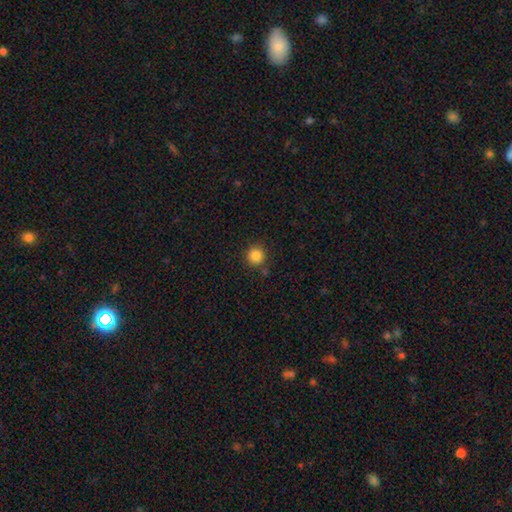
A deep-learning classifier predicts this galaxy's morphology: type=smooth (85%); roundness=round (93%); merging=none (84%).